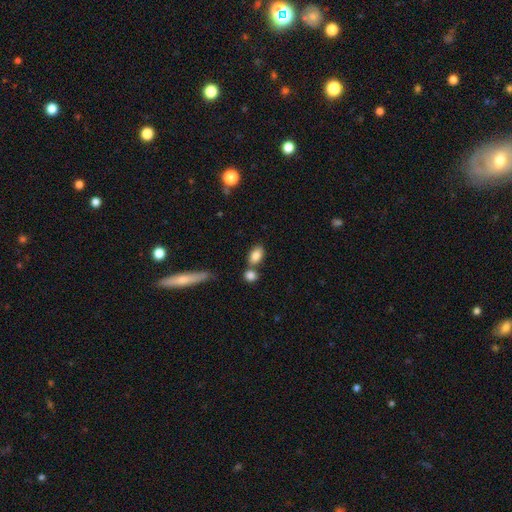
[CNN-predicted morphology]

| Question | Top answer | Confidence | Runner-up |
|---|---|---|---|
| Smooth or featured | smooth | 84% | featured or disk (9%) |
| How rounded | in between | 87% | round (9%) |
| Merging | none | 55% | merger (28%) |